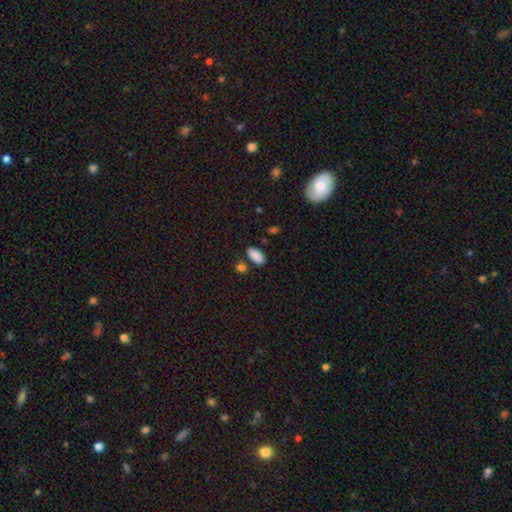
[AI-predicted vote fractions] smooth 89%, star or artifact 8%, featured or disk 4%. Down the decision tree: how rounded — in between (92%); merging — none (76%).